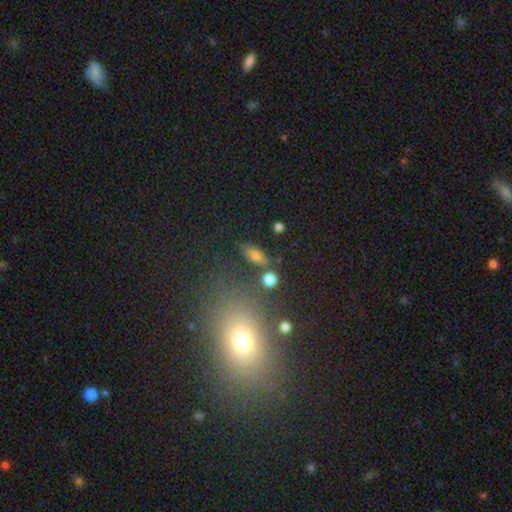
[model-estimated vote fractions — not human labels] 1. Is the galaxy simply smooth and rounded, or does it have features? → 73% smooth, 14% star or artifact, 13% featured or disk.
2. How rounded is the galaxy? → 76% in between, 14% cigar-shaped, 10% round.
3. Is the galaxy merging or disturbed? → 75% none, 13% minor disturbance, 7% merger, 5% major disturbance.